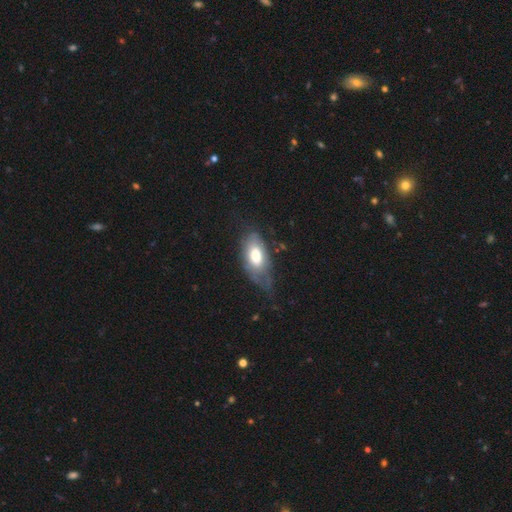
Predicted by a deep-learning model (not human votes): This is likely a smooth galaxy (62%). How rounded: clearly in between (91%). Merging: marginally none (43%).